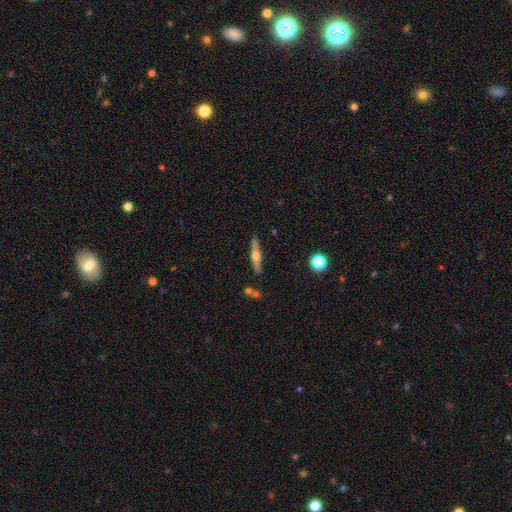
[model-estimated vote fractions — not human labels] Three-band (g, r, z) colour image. It shows a featured or disk galaxy (63%) viewed edge-on (96%) with a rounded central bulge (92%). Merging: none (87%).